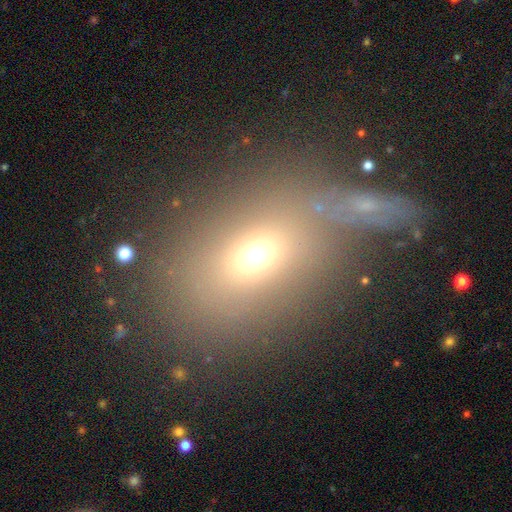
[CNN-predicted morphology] smooth 66%, star or artifact 18%, featured or disk 16%. Down the decision tree: how rounded — in between (65%); merging — none (55%).